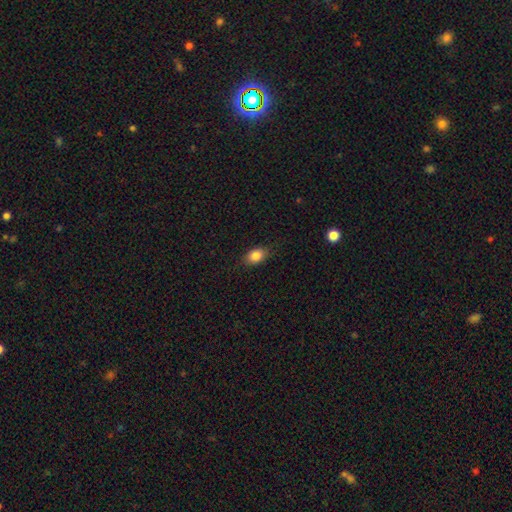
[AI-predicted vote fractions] This is clearly a smooth galaxy (85%). How rounded: likely in between (78%). Merging: clearly none (83%).